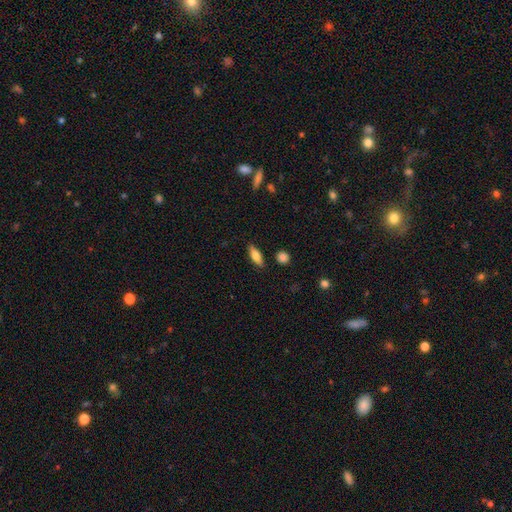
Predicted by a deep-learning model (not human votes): Smooth or featured? smooth (73%)
How rounded? in between (68%)
Merging? none (87%)